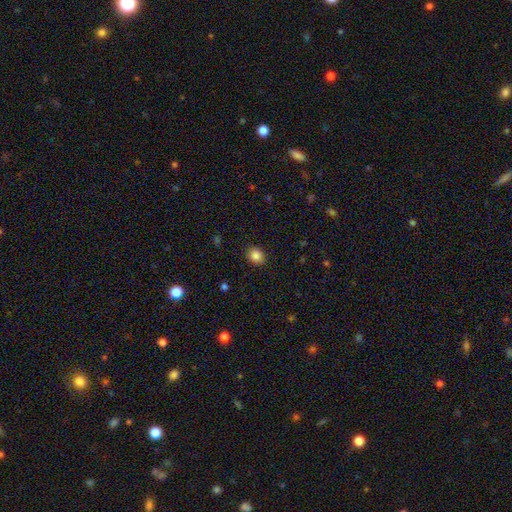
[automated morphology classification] A smooth galaxy with no disk features (86%) that is round (66%). Merging: none (90%).